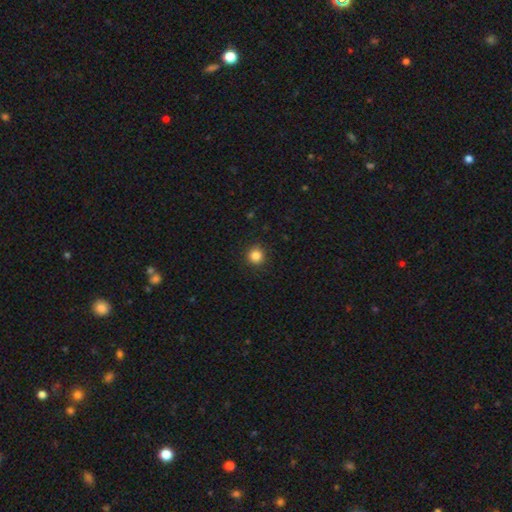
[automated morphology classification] Overall: smooth (85%). How rounded: round (94%). Merging: none (91%).